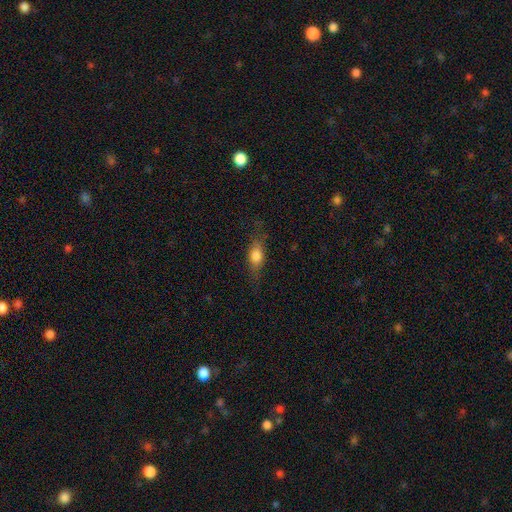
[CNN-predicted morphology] smooth-or-featured: smooth: 71% | featured or disk: 20% | star or artifact: 9%
  how-rounded: in between: 69% | cigar-shaped: 20% | round: 11%
  merging: none: 71% | minor disturbance: 20% | major disturbance: 8% | merger: 1%